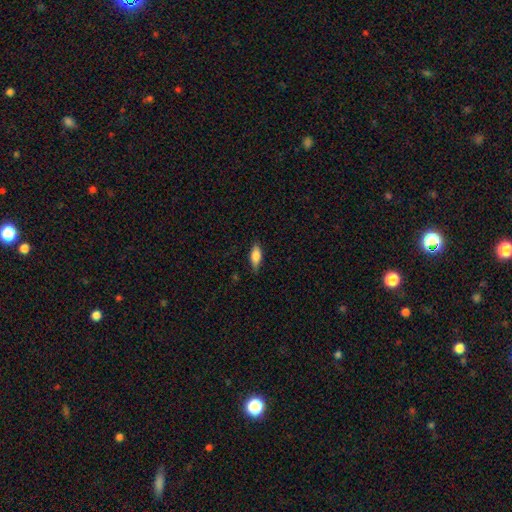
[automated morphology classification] Overall: smooth (75%). How rounded: in between (74%). Merging: none (79%).